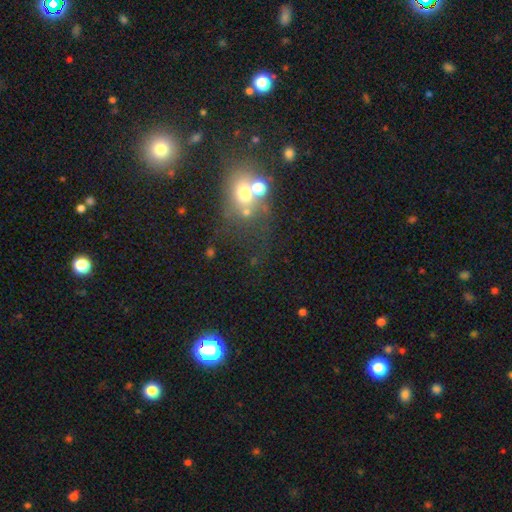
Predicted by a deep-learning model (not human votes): A smooth galaxy with no disk features (41%).

Vote fractions:
- Smooth or featured? smooth: 41% / star or artifact: 40% / featured or disk: 18%
- Merging? none: 43% / merger: 36% / minor disturbance: 12% / major disturbance: 10%